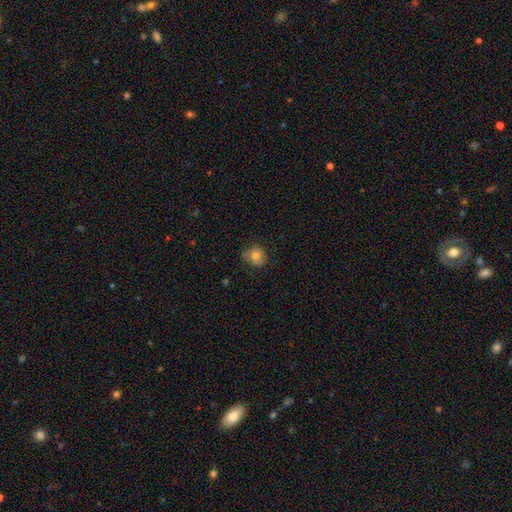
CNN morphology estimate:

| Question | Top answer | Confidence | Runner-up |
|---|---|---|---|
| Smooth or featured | smooth | 80% | featured or disk (11%) |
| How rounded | round | 79% | in between (20%) |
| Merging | none | 69% | minor disturbance (24%) |